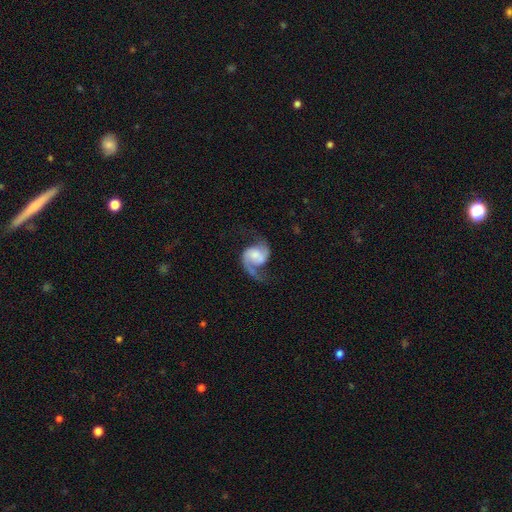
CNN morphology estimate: This is clearly a featured or disk galaxy (88%). It is clearly not viewed edge-on (98%). Bar: possibly no (55%). Spiral arm pattern: clearly yes (97%). Spiral arm count: clearly 2 (91%). Spiral winding: possibly loose (50%). Central bulge: marginally moderate (28%). Merging: likely none (71%).